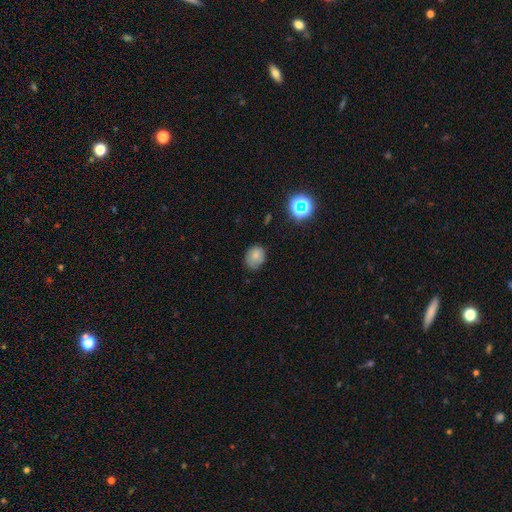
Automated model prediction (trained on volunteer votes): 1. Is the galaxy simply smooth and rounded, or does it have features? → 74% smooth, 14% star or artifact, 12% featured or disk.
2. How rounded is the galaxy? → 51% round, 49% in between, 1% cigar-shaped.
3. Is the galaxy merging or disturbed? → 69% none, 24% minor disturbance, 6% major disturbance, 2% merger.